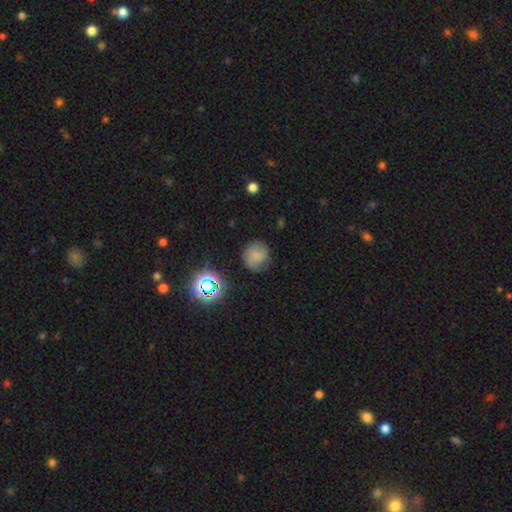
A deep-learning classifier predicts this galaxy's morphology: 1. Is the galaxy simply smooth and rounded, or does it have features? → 65% smooth, 19% featured or disk, 16% star or artifact.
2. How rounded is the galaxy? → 86% round, 13% in between, 1% cigar-shaped.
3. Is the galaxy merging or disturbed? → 71% none, 20% minor disturbance, 7% major disturbance, 2% merger.